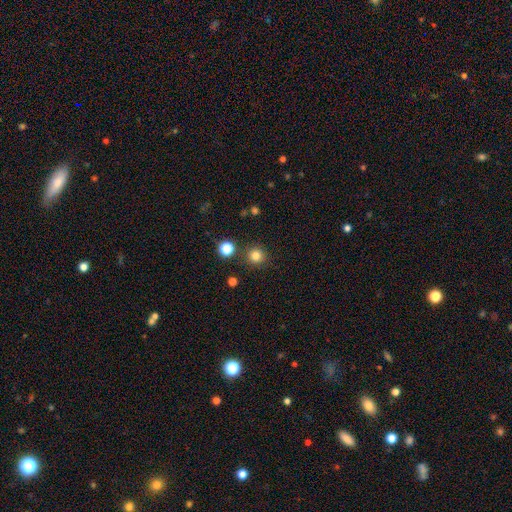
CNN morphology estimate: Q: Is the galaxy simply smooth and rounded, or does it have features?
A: smooth — 81%.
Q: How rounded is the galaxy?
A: round — 94%.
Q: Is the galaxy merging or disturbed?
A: none — 88%.